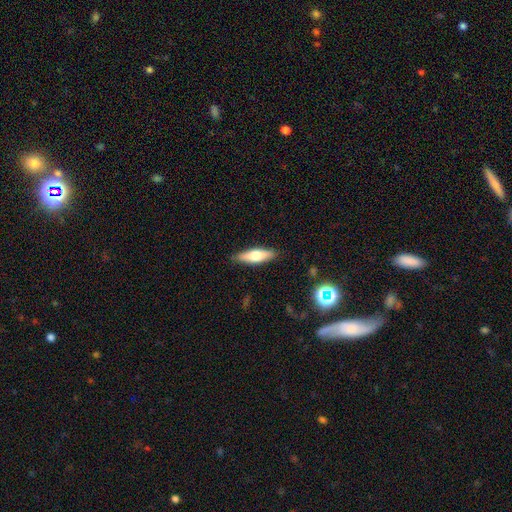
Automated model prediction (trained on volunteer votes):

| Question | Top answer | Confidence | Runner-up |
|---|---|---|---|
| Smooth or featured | smooth | 59% | featured or disk (35%) |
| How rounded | cigar-shaped | 55% | in between (43%) |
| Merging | none | 86% | minor disturbance (10%) |